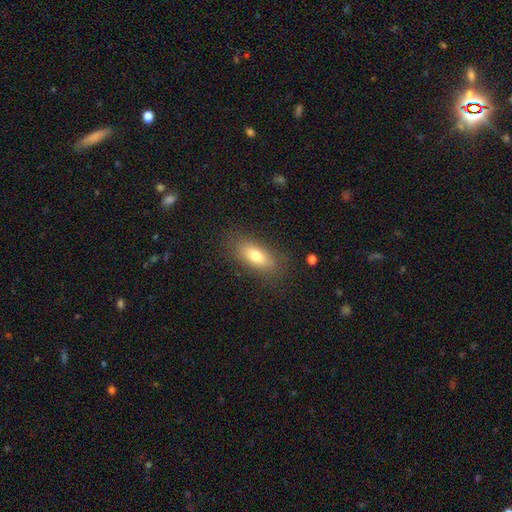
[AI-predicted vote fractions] smooth_or_featured: smooth (p=0.76) [alt: featured or disk p=0.16]
how_rounded: in between (p=0.80) [alt: cigar-shaped p=0.16]
merging: none (p=0.83) [alt: minor disturbance p=0.12]